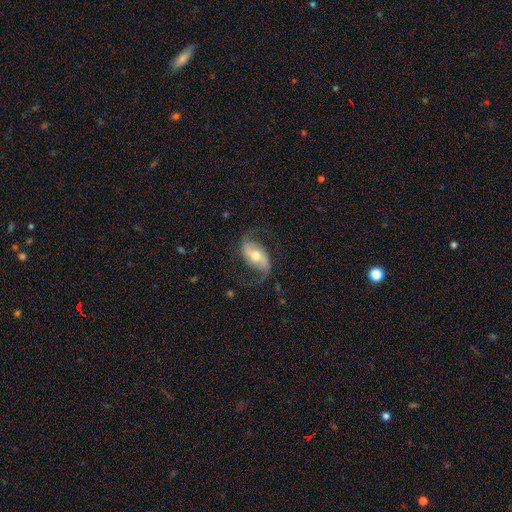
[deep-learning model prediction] This is clearly a featured or disk galaxy (85%). It is clearly not viewed edge-on (96%). Bar: marginally weak (37%). Spiral arm pattern: clearly yes (96%). Spiral arm count: clearly 2 (93%). Spiral winding: likely loose (67%). Central bulge: likely moderate (66%). Merging: likely none (75%).